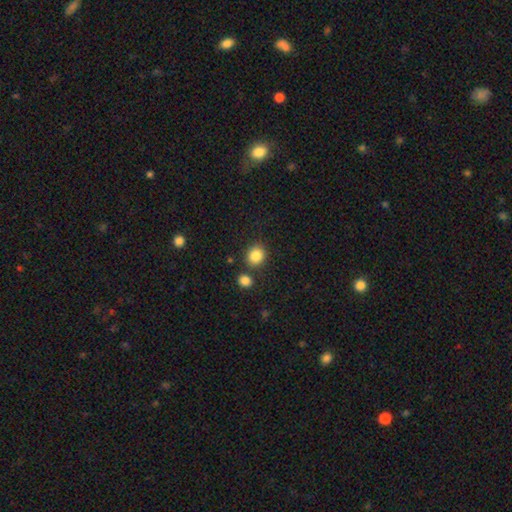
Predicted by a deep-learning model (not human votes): smooth_or_featured: smooth (p=0.85) [alt: star or artifact p=0.10]
how_rounded: round (p=0.79) [alt: in between p=0.20]
merging: none (p=0.79) [alt: merger p=0.09]